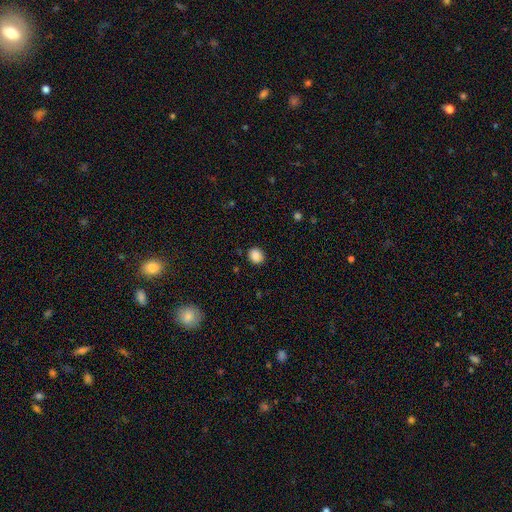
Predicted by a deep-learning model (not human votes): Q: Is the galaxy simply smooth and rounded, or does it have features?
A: smooth — 87%.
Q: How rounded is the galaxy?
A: round — 73%.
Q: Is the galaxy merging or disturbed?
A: none — 88%.